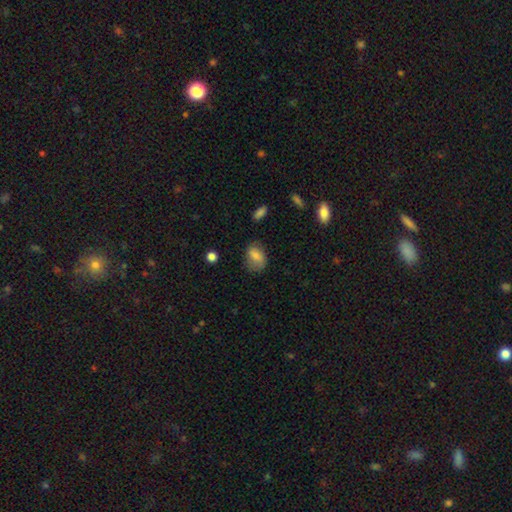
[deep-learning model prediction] Smooth or featured?
  - smooth: 76% *
  - featured or disk: 15%
  - star or artifact: 9%
How rounded?
  - in between: 75% *
  - round: 24%
  - cigar-shaped: 2%
Merging?
  - none: 62% *
  - minor disturbance: 27%
  - major disturbance: 9%
  - merger: 2%